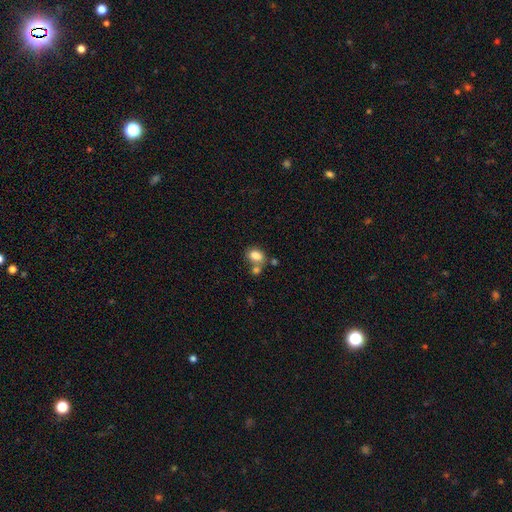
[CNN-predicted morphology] Smooth or featured?
  - smooth: 82% *
  - star or artifact: 10%
  - featured or disk: 8%
How rounded?
  - in between: 73% *
  - round: 25%
  - cigar-shaped: 1%
Merging?
  - none: 48% *
  - merger: 35%
  - minor disturbance: 12%
  - major disturbance: 5%